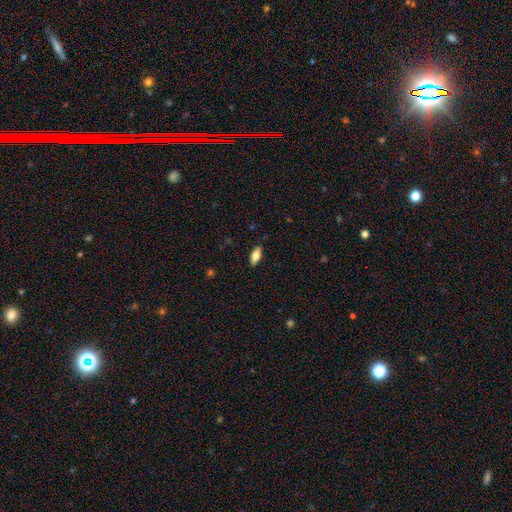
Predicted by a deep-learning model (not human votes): This appears to be a smooth galaxy with no disk features (77%) that is in between round and cigar-shaped (86%). Merging: none (88%).